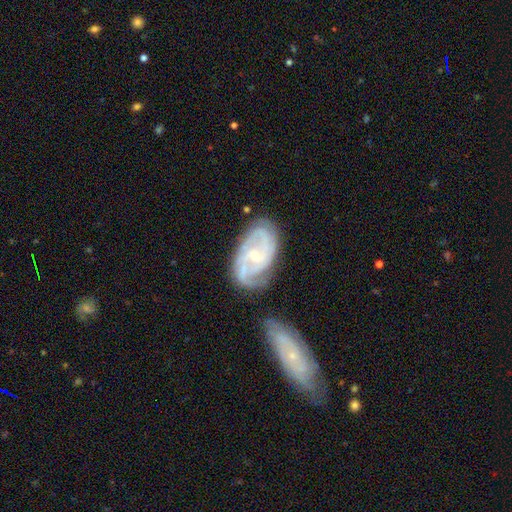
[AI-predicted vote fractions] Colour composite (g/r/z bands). It shows a featured or disk galaxy (87%) with no bar (63%), 3 (32%) tight (52%) spiral arms (96%) and a small central bulge (71%). Merging: none (62%).